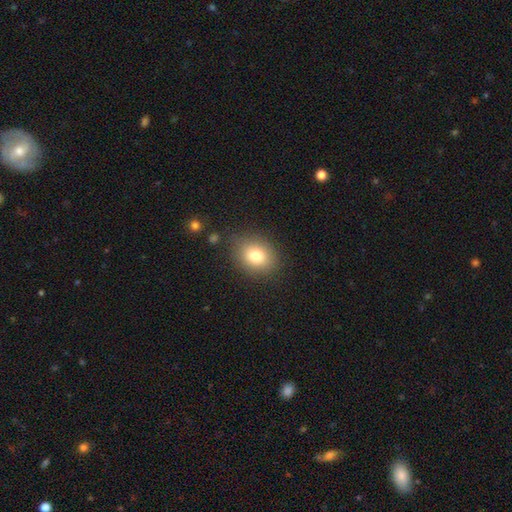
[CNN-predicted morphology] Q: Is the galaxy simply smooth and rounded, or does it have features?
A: smooth — 80%.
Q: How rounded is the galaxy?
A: in between — 56%.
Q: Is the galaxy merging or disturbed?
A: none — 82%.